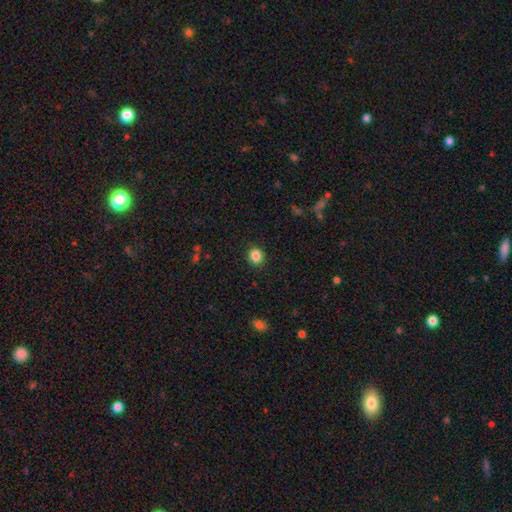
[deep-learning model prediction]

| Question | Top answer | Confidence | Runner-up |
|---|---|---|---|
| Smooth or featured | smooth | 85% | star or artifact (11%) |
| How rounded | round | 86% | in between (13%) |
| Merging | none | 91% | minor disturbance (6%) |